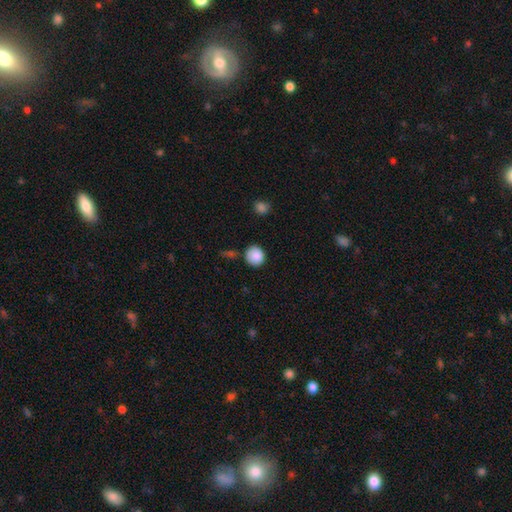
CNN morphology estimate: smooth 87%, star or artifact 8%, featured or disk 5%. Down the decision tree: how rounded — round (89%); merging — none (82%).